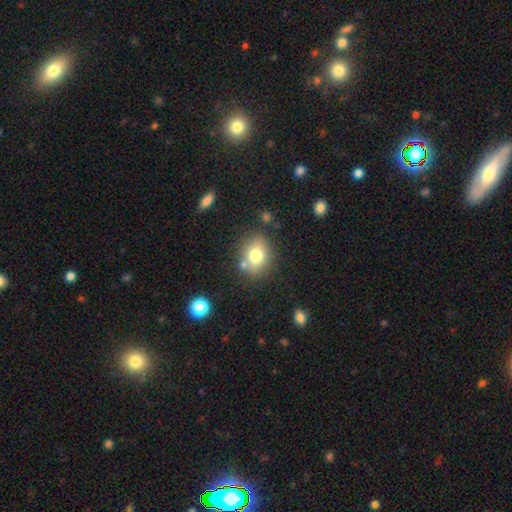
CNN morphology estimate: The model was most divided on "how rounded": round: 52%, in between: 46%, cigar-shaped: 1%. More confident: smooth or featured — smooth (76%); merging — none (74%).